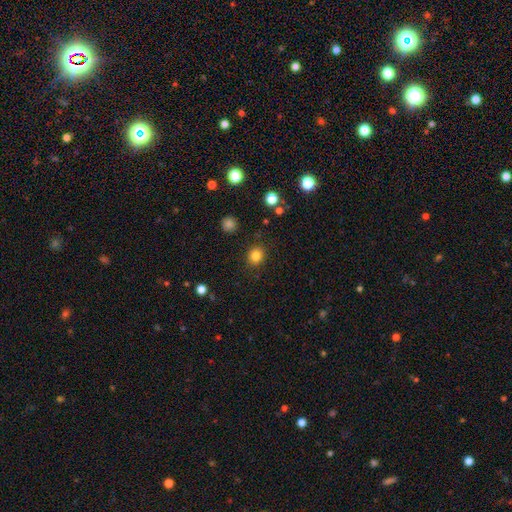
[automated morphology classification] smooth 82%, star or artifact 12%, featured or disk 5%. Down the decision tree: how rounded — round (78%); merging — none (88%).